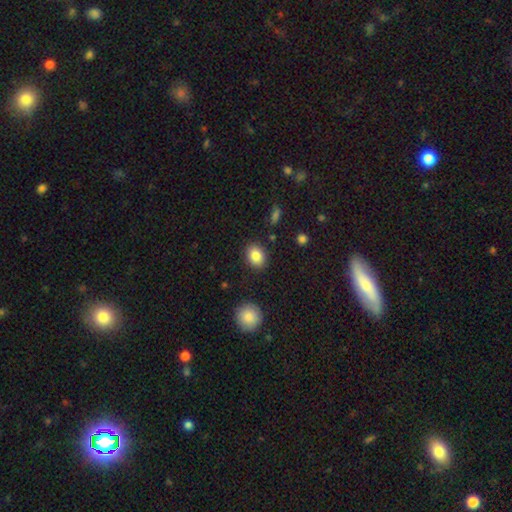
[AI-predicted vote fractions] Morphology: type=smooth (85%); roundness=in between (58%); merging=none (88%).